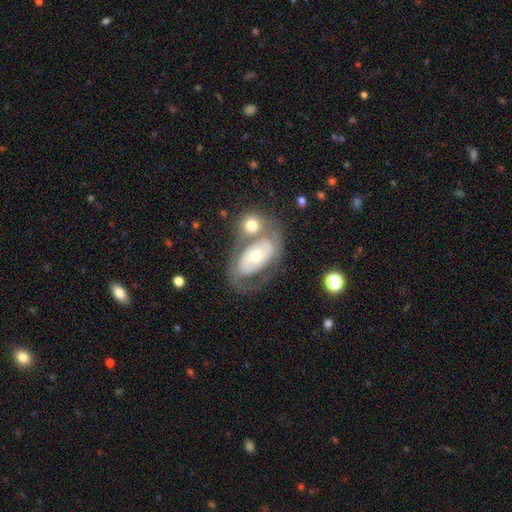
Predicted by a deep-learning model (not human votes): A featured or disk galaxy (63%) with no bar (77%), no spiral arms (56%) and a moderate central bulge (61%). Merging: none (42%).